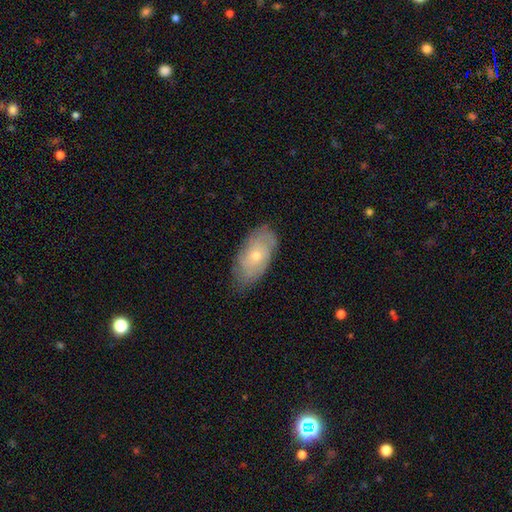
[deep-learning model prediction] smooth_or_featured: featured or disk (p=0.54) [alt: smooth p=0.39]
disk_edge_on: no (p=0.91) [alt: yes p=0.09]
merging: none (p=0.74) [alt: minor disturbance p=0.20]